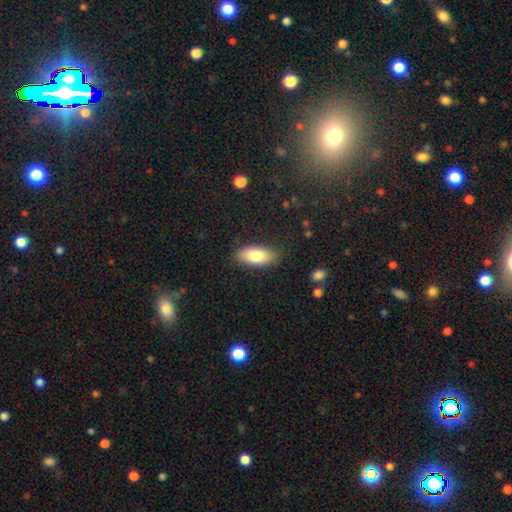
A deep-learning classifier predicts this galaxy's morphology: Smooth or featured? Predicted: smooth (p=0.81). How rounded? Predicted: in between (p=0.85). Merging? Predicted: none (p=0.83).